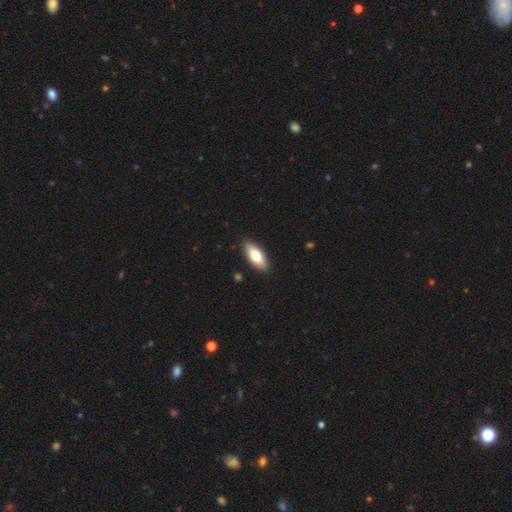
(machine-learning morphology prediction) Smooth or featured?
  - smooth: 73% *
  - featured or disk: 21%
  - star or artifact: 6%
How rounded?
  - in between: 80% *
  - cigar-shaped: 18%
  - round: 2%
Merging?
  - none: 89% *
  - minor disturbance: 8%
  - major disturbance: 2%
  - merger: 1%